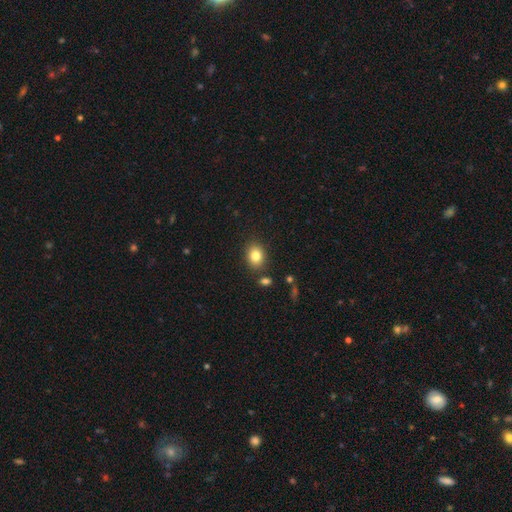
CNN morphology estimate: Q: Smooth or featured?
A: smooth (82%); runner-up: star or artifact (10%)
Q: How rounded?
A: in between (55%); runner-up: round (44%)
Q: Merging?
A: none (84%); runner-up: minor disturbance (9%)